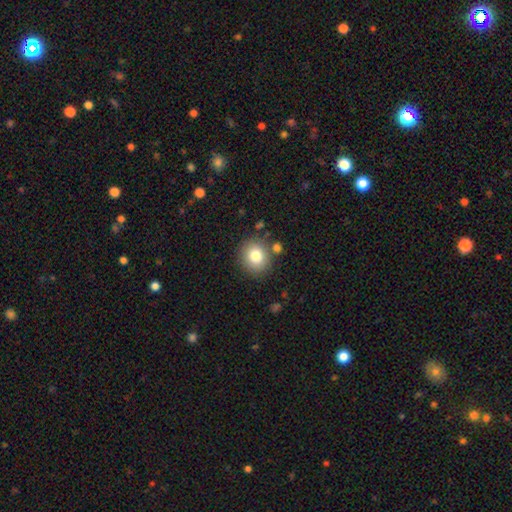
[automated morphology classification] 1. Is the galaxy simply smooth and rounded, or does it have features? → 80% smooth, 11% star or artifact, 10% featured or disk.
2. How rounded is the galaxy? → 84% round, 15% in between, 1% cigar-shaped.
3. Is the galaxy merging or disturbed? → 81% none, 9% minor disturbance, 6% merger, 3% major disturbance.